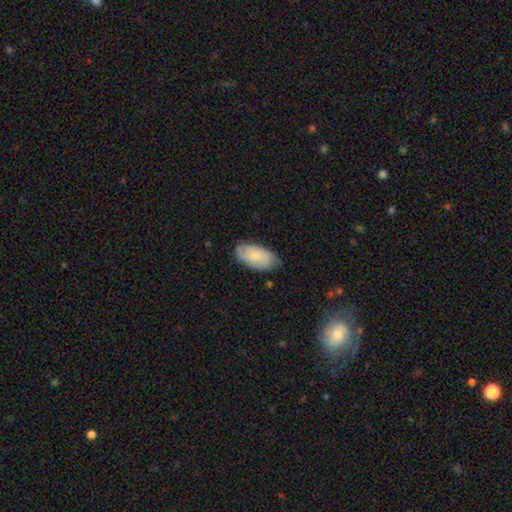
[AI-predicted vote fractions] The model was most divided on "smooth or featured": smooth: 70%, featured or disk: 24%, star or artifact: 6%. More confident: how rounded — in between (94%); merging — none (75%).